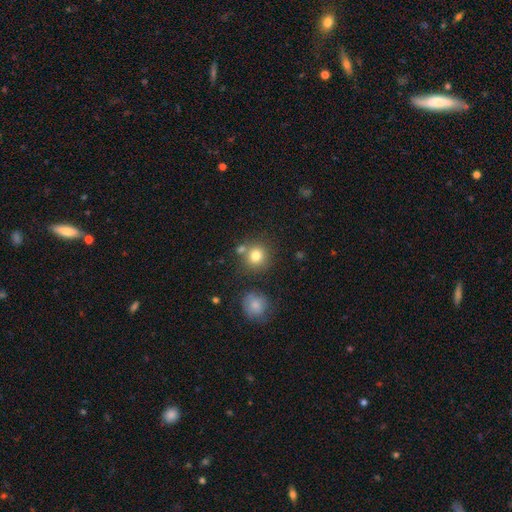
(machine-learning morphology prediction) Smooth or featured?
  - smooth: 79% *
  - star or artifact: 13%
  - featured or disk: 9%
How rounded?
  - round: 90% *
  - in between: 9%
  - cigar-shaped: 1%
Merging?
  - none: 72% *
  - merger: 14%
  - minor disturbance: 10%
  - major disturbance: 4%